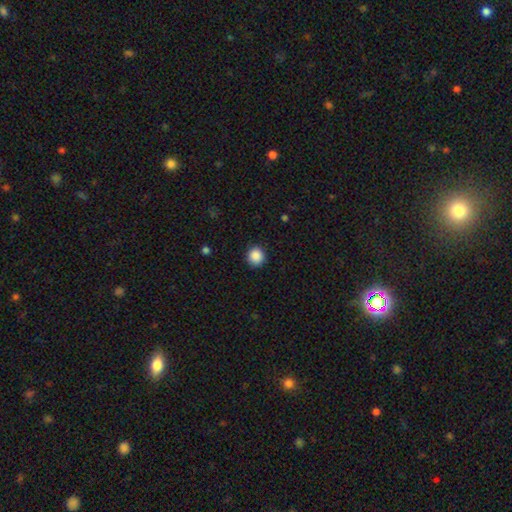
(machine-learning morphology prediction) The model was most divided on "smooth or featured": smooth: 88%, star or artifact: 9%, featured or disk: 3%. More confident: how rounded — round (93%); merging — none (91%).